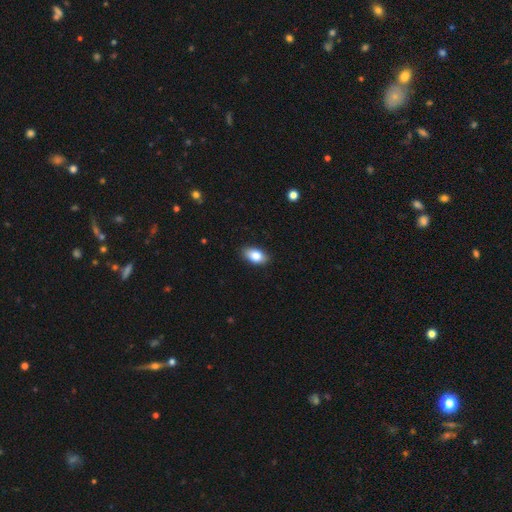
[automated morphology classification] Smooth or featured: smooth — 83% (featured or disk — 10%)
How rounded: in between — 90% (round — 7%)
Merging: none — 88% (minor disturbance — 9%)